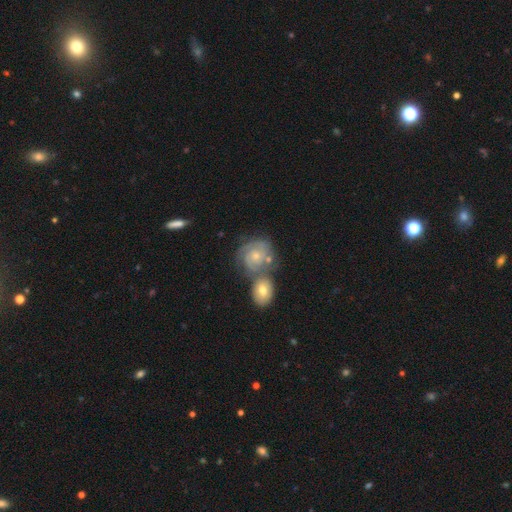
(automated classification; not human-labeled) Smooth or featured? featured or disk (76%)
Edge-on disk? no (98%)
Bar? no (78%)
Spiral arms? yes (93%)
Spiral winding? tight (68%)
Spiral arm count? 2 (38%)
Bulge size? small (59%)
Merging? none (41%)